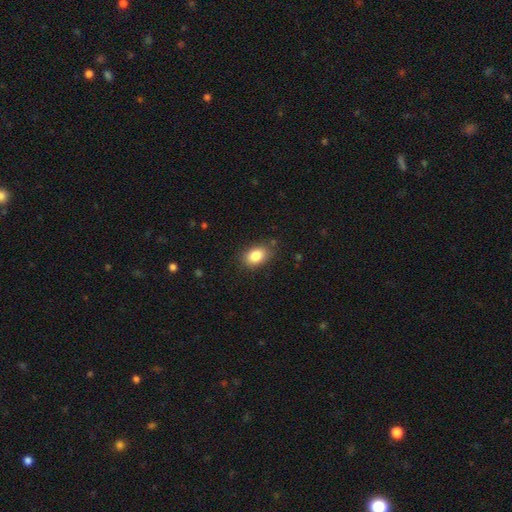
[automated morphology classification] Smooth or featured?
  - smooth: 84% *
  - star or artifact: 9%
  - featured or disk: 7%
How rounded?
  - in between: 81% *
  - round: 17%
  - cigar-shaped: 1%
Merging?
  - none: 83% *
  - minor disturbance: 12%
  - major disturbance: 3%
  - merger: 1%